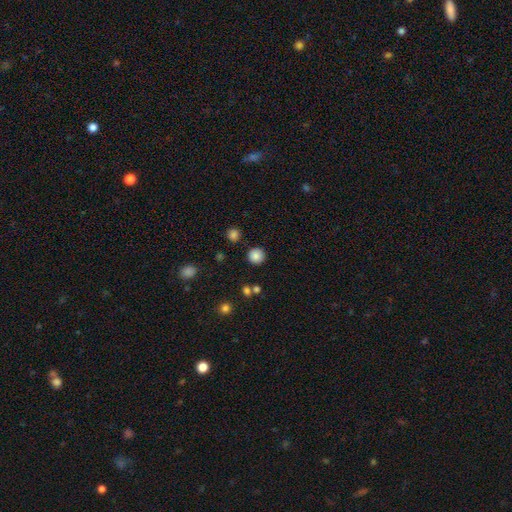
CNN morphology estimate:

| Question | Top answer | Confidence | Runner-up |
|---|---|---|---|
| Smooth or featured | smooth | 85% | star or artifact (11%) |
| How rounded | round | 94% | in between (5%) |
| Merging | none | 89% | minor disturbance (6%) |